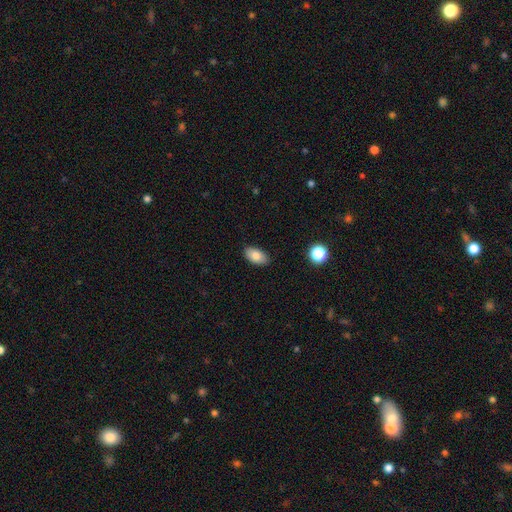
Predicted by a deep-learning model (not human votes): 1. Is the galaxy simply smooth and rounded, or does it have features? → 84% smooth, 8% star or artifact, 8% featured or disk.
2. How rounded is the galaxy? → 93% in between, 5% round, 2% cigar-shaped.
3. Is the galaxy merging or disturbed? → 87% none, 10% minor disturbance, 2% major disturbance, 1% merger.